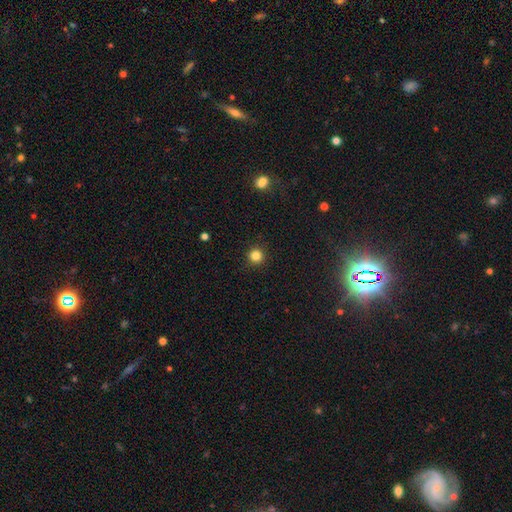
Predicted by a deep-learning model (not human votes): Smooth or featured? smooth (84%)
How rounded? round (95%)
Merging? none (92%)